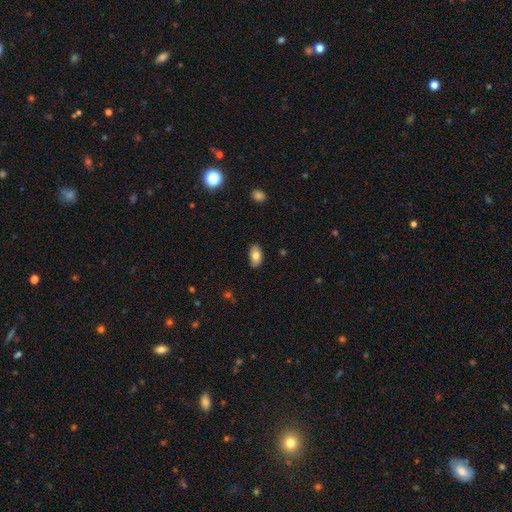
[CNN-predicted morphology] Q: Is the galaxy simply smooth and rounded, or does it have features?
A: smooth — 78%.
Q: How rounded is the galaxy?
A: in between — 93%.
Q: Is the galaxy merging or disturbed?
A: none — 83%.